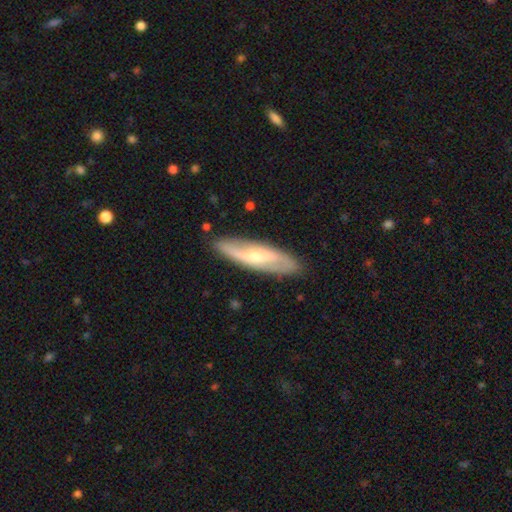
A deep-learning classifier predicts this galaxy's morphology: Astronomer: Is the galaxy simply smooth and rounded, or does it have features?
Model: featured or disk — 68%.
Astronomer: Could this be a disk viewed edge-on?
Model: no — 70%.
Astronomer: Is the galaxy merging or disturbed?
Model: none — 84%.